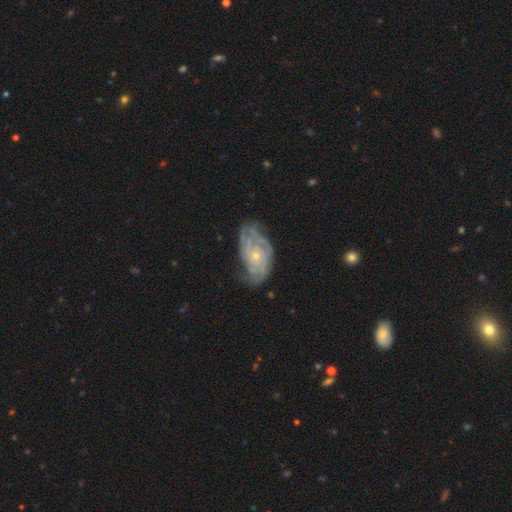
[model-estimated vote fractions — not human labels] This is clearly a featured or disk galaxy (83%). It is clearly not viewed edge-on (96%). Bar: clearly no (80%). Spiral arm pattern: clearly yes (93%). Spiral arm count: marginally can't tell (35%). Spiral winding: likely tight (62%). Central bulge: likely small (73%). Merging: likely none (62%).